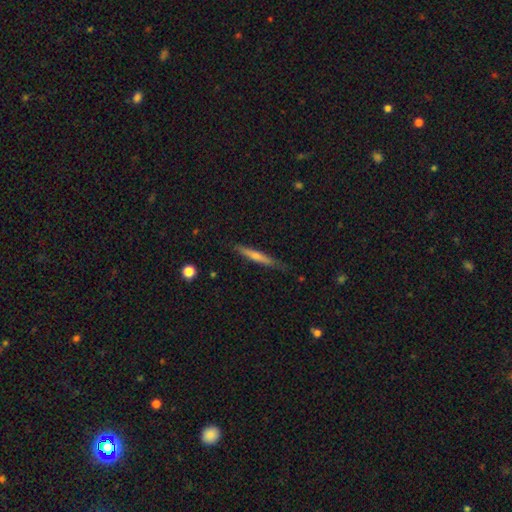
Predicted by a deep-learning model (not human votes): This appears to be a featured or disk galaxy (57%) viewed edge-on (96%) with a rounded central bulge (57%). Merging: none (85%).